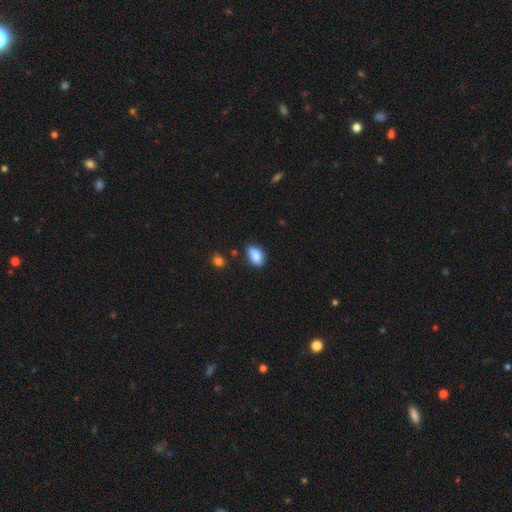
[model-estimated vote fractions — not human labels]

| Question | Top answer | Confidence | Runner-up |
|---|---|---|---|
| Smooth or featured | smooth | 84% | star or artifact (8%) |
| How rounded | in between | 86% | round (12%) |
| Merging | none | 62% | minor disturbance (29%) |